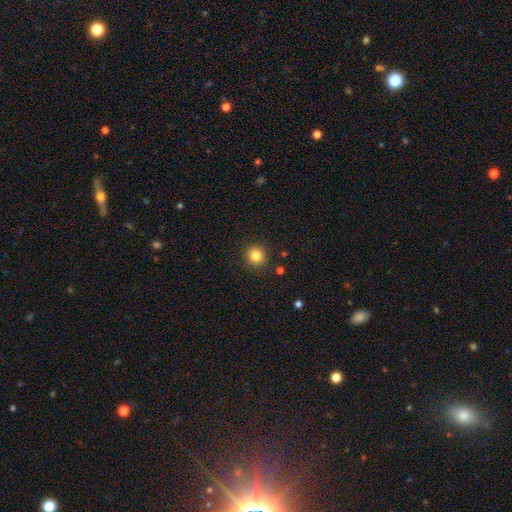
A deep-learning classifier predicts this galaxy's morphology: Smooth or featured: smooth — 83% (star or artifact — 12%)
How rounded: round — 94% (in between — 5%)
Merging: none — 90% (minor disturbance — 6%)